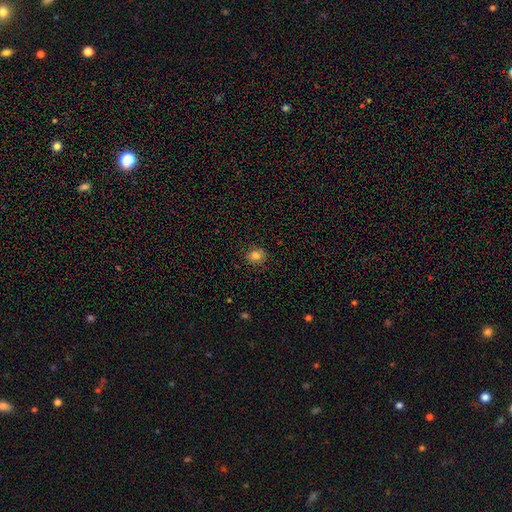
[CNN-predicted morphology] smooth-or-featured: smooth: 80% | star or artifact: 13% | featured or disk: 8%
  how-rounded: round: 80% | in between: 19% | cigar-shaped: 1%
  merging: none: 88% | minor disturbance: 9% | major disturbance: 2% | merger: 1%